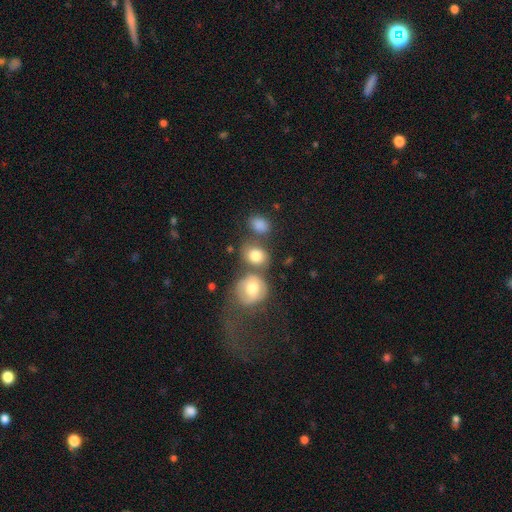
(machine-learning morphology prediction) type=smooth (77%); roundness=round (55%); merging=none (47%).